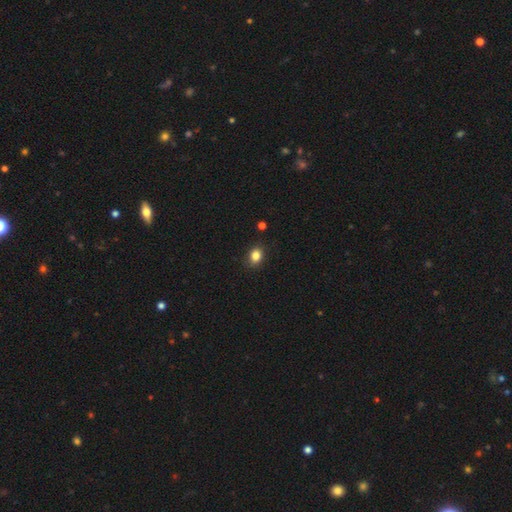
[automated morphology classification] This appears to be a smooth galaxy with no disk features (84%) that is in between round and cigar-shaped (55%). Merging: none (85%).